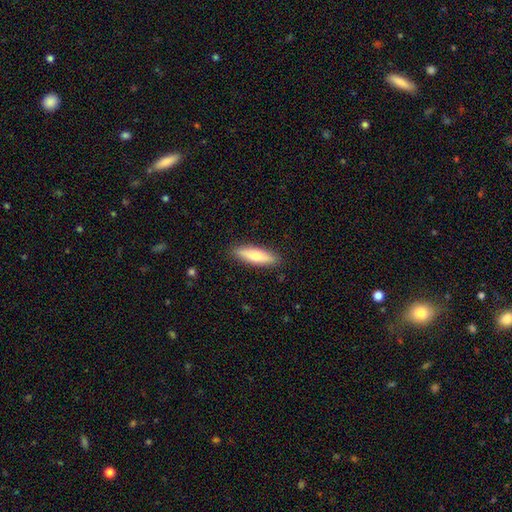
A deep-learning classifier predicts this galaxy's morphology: smooth-or-featured: smooth: 72% | featured or disk: 23% | star or artifact: 5%
  how-rounded: cigar-shaped: 69% | in between: 30% | round: 2%
  merging: none: 89% | minor disturbance: 8% | major disturbance: 2% | merger: 1%